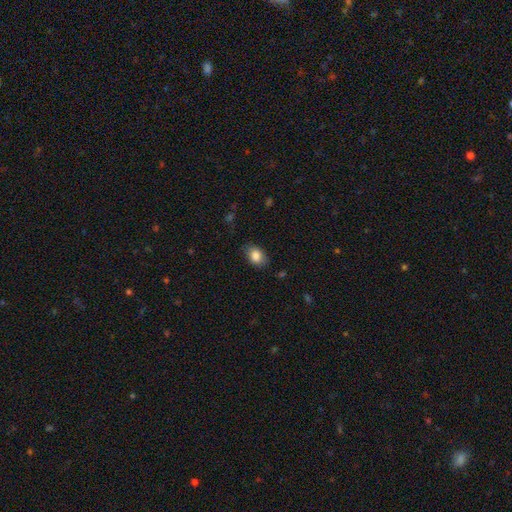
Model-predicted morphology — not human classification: This is clearly a smooth galaxy (84%). How rounded: likely in between (79%). Merging: likely none (78%).